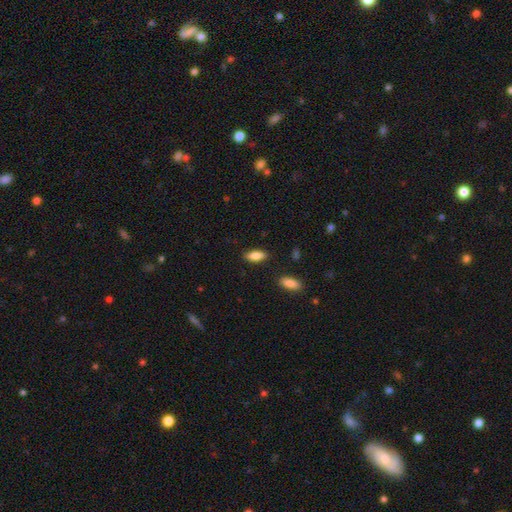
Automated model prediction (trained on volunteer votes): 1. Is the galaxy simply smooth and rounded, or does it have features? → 83% smooth, 10% featured or disk, 7% star or artifact.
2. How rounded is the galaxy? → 79% in between, 19% cigar-shaped, 2% round.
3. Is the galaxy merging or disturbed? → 86% none, 10% minor disturbance, 2% major disturbance, 2% merger.